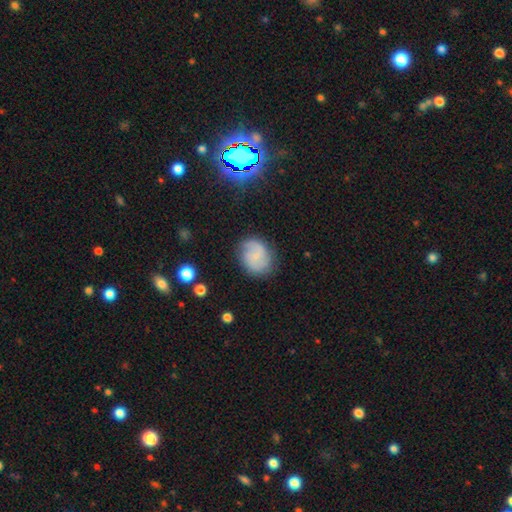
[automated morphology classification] Smooth or featured?
  - featured or disk: 49% *
  - smooth: 41%
  - star or artifact: 10%
Merging?
  - none: 72% *
  - minor disturbance: 19%
  - major disturbance: 7%
  - merger: 2%